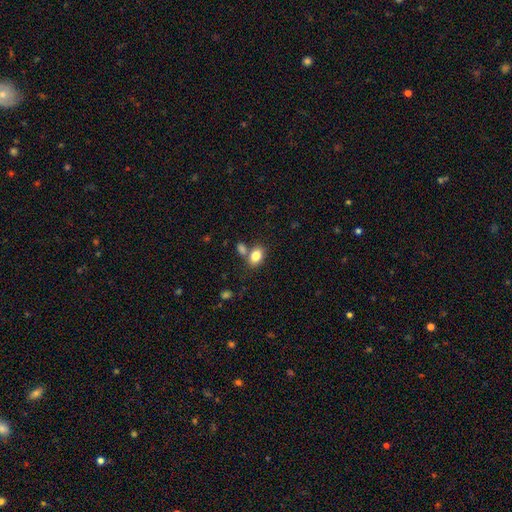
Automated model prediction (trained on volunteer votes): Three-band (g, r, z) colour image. It shows a smooth galaxy with no disk features (83%) that is in between round and cigar-shaped (81%). Merging: none (60%).